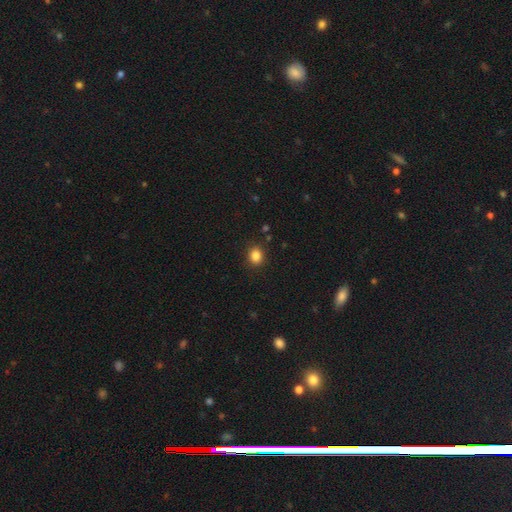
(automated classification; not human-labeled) The model was most divided on "how rounded": round: 61%, in between: 39%, cigar-shaped: 1%. More confident: merging — none (88%); smooth or featured — smooth (85%).